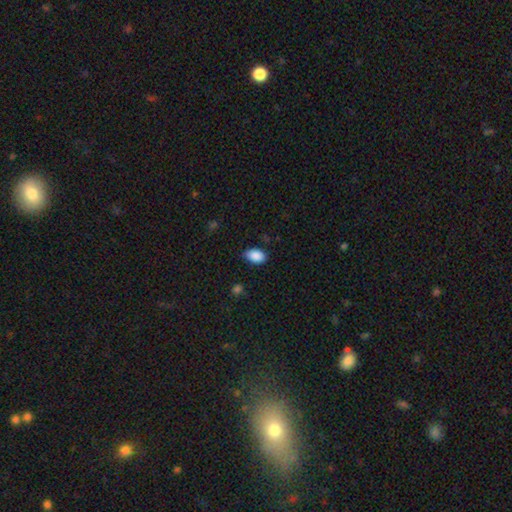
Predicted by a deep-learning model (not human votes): A smooth galaxy with no disk features (89%) that is in between round and cigar-shaped (90%). Merging: none (75%).